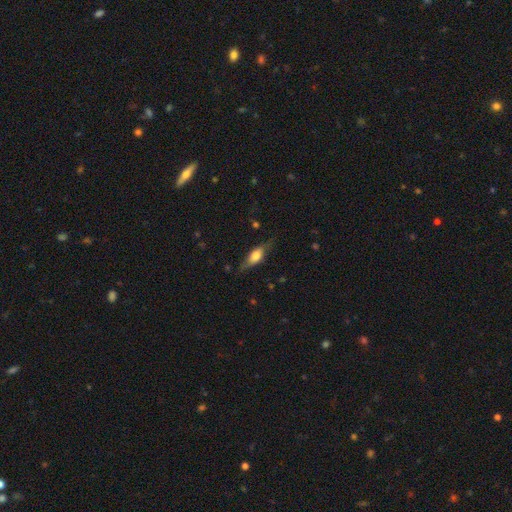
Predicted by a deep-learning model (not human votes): This is possibly a smooth galaxy (58%). How rounded: likely in between (69%). Merging: likely none (68%).